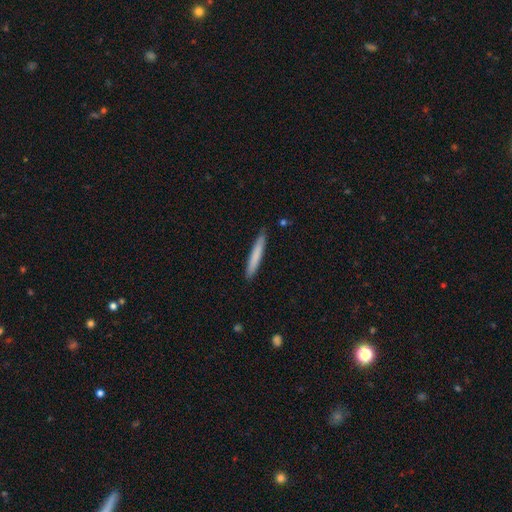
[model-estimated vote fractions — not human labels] Smooth or featured? Predicted: smooth (p=0.76). How rounded? Predicted: cigar-shaped (p=0.96). Merging? Predicted: none (p=0.89).